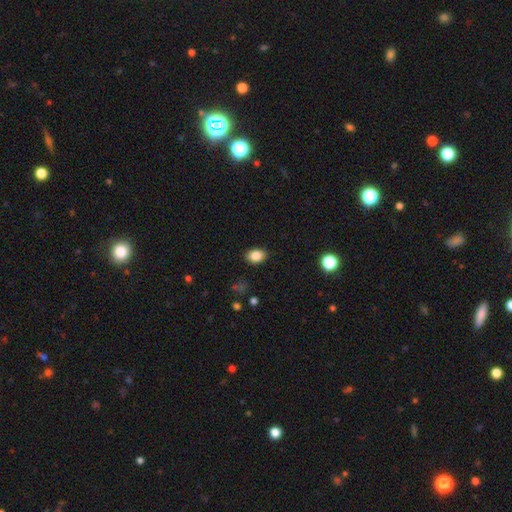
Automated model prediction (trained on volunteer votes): Morphology: type=smooth (86%); roundness=in between (76%); merging=none (87%).